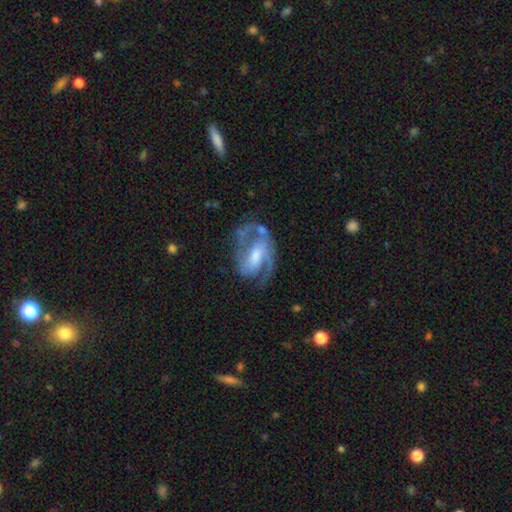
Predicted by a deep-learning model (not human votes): Morphology: type=featured or disk (88%); edge-on=no (97%); bar=weak (47%); spiral arms=yes (95%); winding=medium (55%); arm count=2 (82%); bulge=moderate (50%); merging=none (64%).